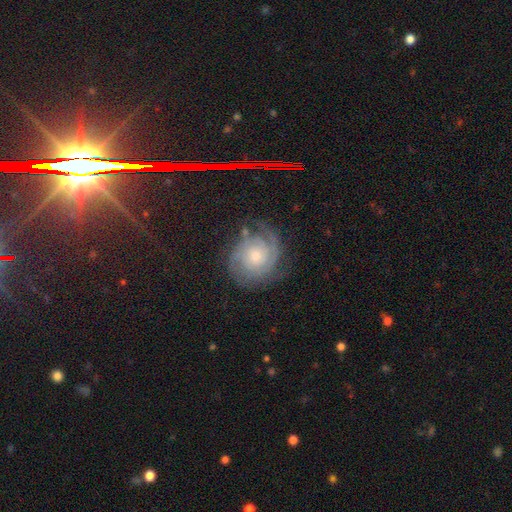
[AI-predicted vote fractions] Smooth or featured? featured or disk (77%)
Edge-on disk? no (97%)
Bar? no (79%)
Spiral arms? yes (96%)
Spiral winding? tight (72%)
Spiral arm count? 2 (31%)
Bulge size? small (48%)
Merging? none (74%)